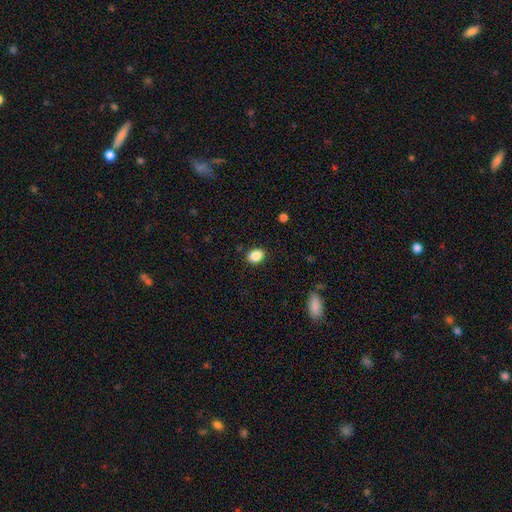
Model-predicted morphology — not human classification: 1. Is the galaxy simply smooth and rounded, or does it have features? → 87% smooth, 9% star or artifact, 5% featured or disk.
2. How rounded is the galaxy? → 65% in between, 33% round, 1% cigar-shaped.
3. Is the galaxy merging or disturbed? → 86% none, 10% minor disturbance, 2% major disturbance, 1% merger.